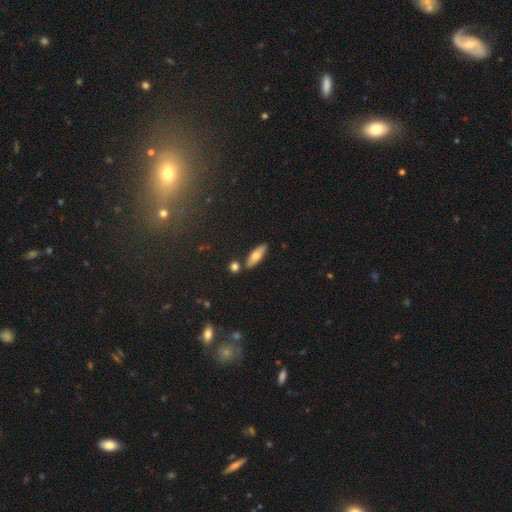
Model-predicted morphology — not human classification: Q: Smooth or featured?
A: smooth (72%); runner-up: featured or disk (21%)
Q: How rounded?
A: in between (54%); runner-up: cigar-shaped (43%)
Q: Merging?
A: none (82%); runner-up: minor disturbance (10%)